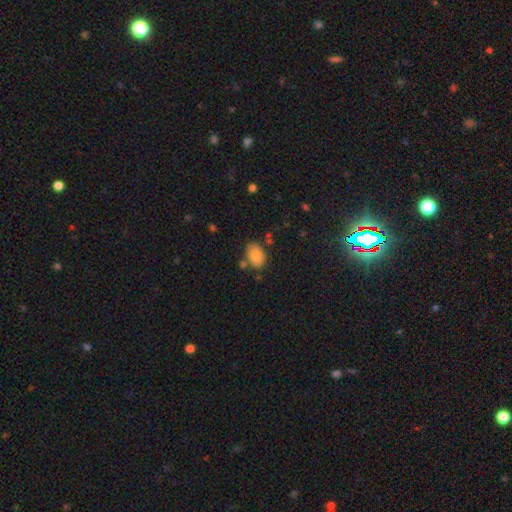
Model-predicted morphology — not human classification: Smooth or featured? Predicted: smooth (p=0.83). How rounded? Predicted: in between (p=0.81). Merging? Predicted: none (p=0.71).